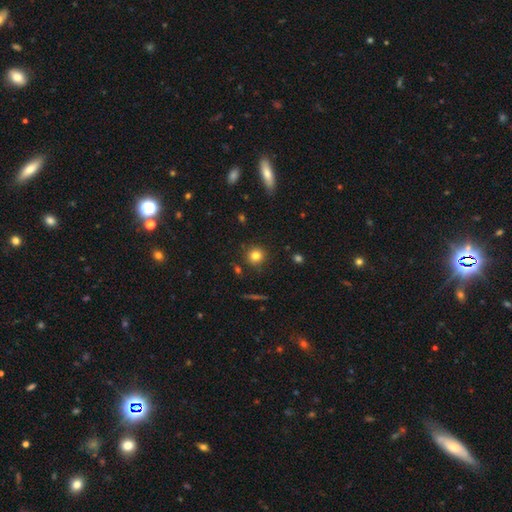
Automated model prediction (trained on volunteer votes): Smooth or featured?
  - smooth: 80% *
  - star or artifact: 12%
  - featured or disk: 8%
How rounded?
  - round: 92% *
  - in between: 7%
  - cigar-shaped: 1%
Merging?
  - none: 88% *
  - minor disturbance: 7%
  - major disturbance: 2%
  - merger: 2%